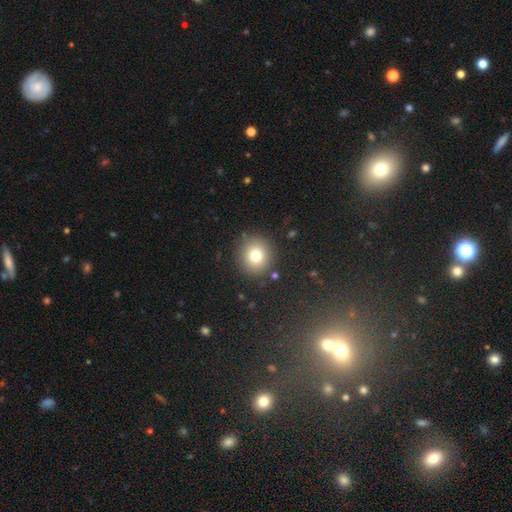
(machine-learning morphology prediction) A smooth galaxy with no disk features (77%) that is round (90%).

Vote fractions:
- Smooth or featured? smooth: 77% / star or artifact: 13% / featured or disk: 10%
- How rounded? round: 90% / in between: 9% / cigar-shaped: 1%
- Merging? none: 88% / minor disturbance: 7% / major disturbance: 3% / merger: 2%